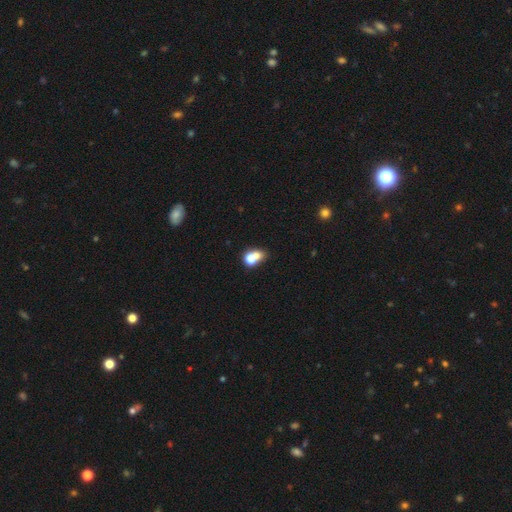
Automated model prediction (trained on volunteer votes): Smooth or featured? smooth (68%)
How rounded? round (55%)
Merging? merger (56%)